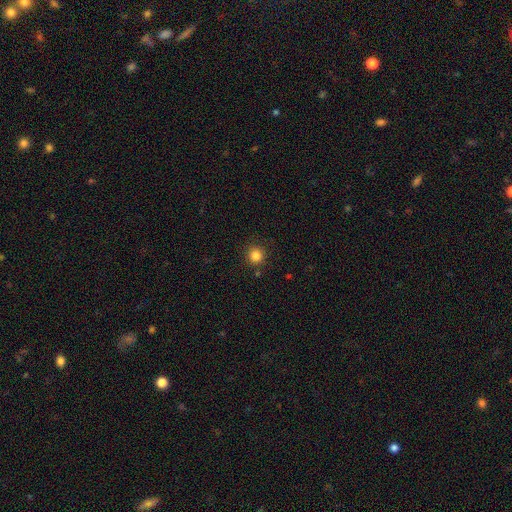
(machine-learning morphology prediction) A smooth galaxy with no disk features (83%) that is round (95%). Merging: none (89%).